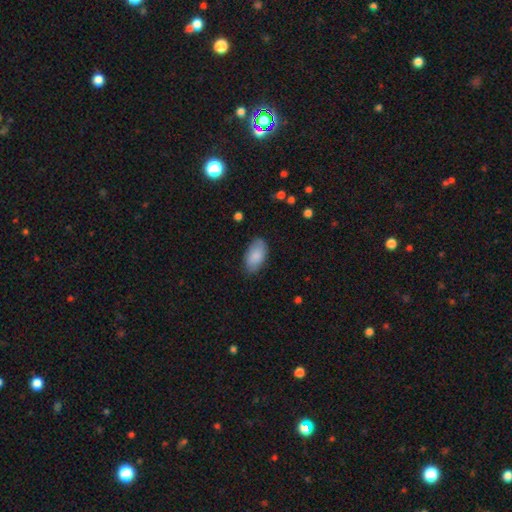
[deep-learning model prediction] This is clearly a smooth galaxy (85%). How rounded: clearly in between (95%). Merging: likely none (79%).